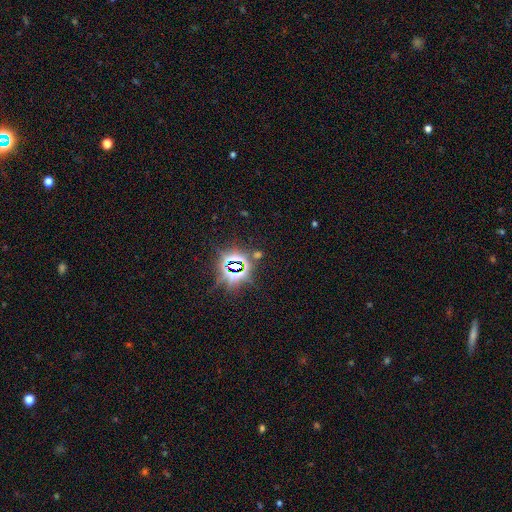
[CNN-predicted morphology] smooth_or_featured: star or artifact (p=0.84) [alt: smooth p=0.09]